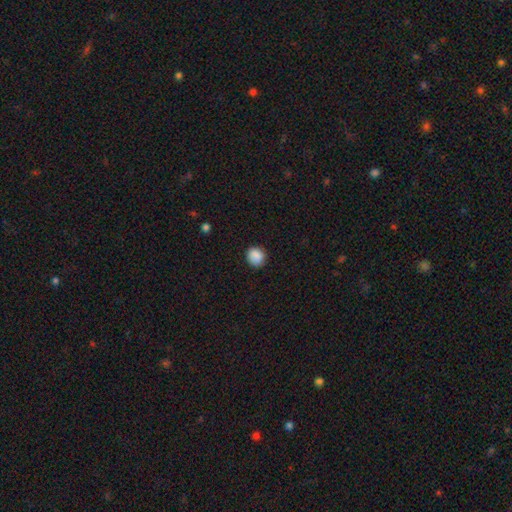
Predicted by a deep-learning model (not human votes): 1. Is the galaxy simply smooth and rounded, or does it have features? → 88% smooth, 9% star or artifact, 4% featured or disk.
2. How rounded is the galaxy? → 74% round, 25% in between, 1% cigar-shaped.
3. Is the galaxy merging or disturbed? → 84% none, 12% minor disturbance, 3% major disturbance, 1% merger.